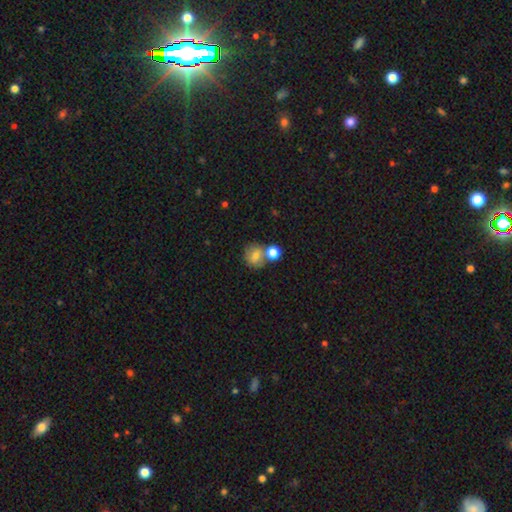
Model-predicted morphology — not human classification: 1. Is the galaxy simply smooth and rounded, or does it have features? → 74% smooth, 15% featured or disk, 11% star or artifact.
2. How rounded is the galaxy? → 81% round, 18% in between, 1% cigar-shaped.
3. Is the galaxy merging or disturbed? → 54% none, 31% merger, 11% minor disturbance, 4% major disturbance.